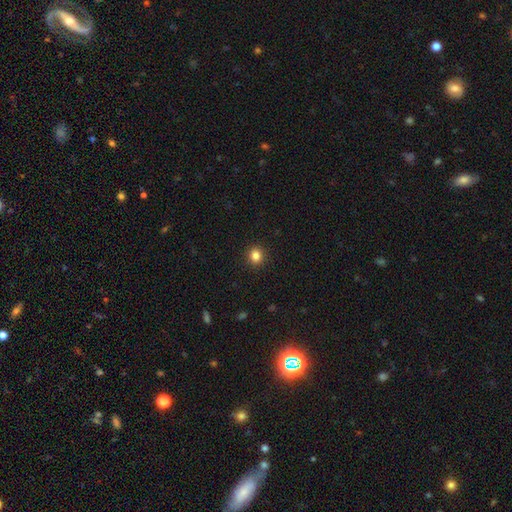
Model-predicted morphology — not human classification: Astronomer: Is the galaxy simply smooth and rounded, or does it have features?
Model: smooth — 84%.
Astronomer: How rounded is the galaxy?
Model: round — 84%.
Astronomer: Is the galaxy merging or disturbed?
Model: none — 92%.